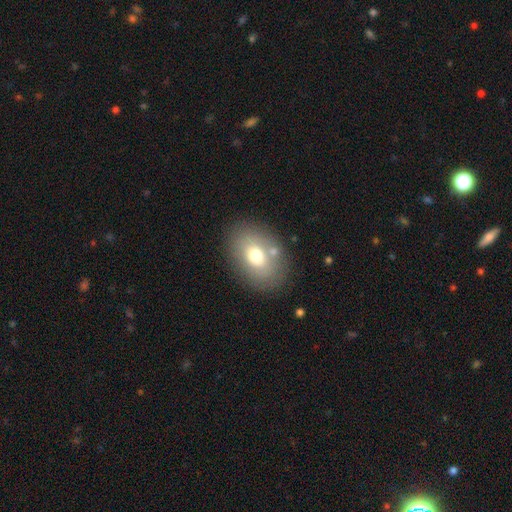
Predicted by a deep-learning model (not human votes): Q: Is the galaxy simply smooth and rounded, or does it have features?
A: smooth — 68%.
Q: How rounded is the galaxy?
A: in between — 76%.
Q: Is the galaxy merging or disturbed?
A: none — 77%.